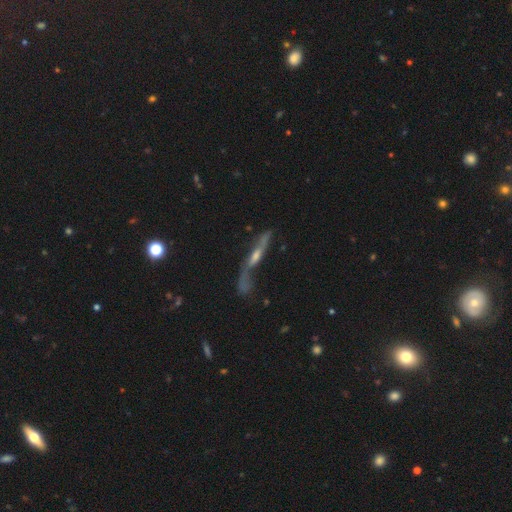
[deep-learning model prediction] This appears to be a featured or disk galaxy (72%) viewed edge-on (68%). Merging: none (45%).